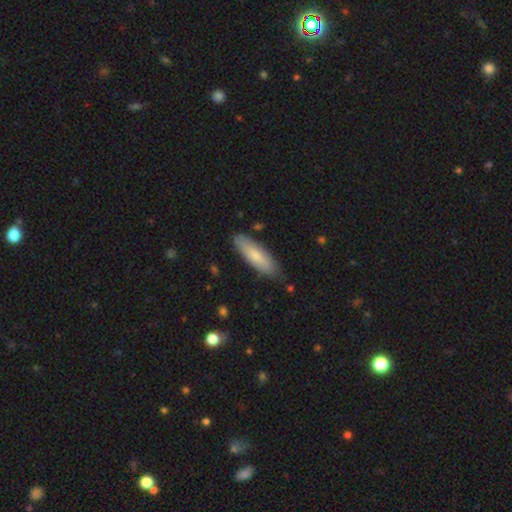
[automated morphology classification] Smooth or featured?
  - smooth: 75% *
  - featured or disk: 19%
  - star or artifact: 5%
How rounded?
  - cigar-shaped: 52% *
  - in between: 46%
  - round: 1%
Merging?
  - none: 82% *
  - minor disturbance: 14%
  - major disturbance: 2%
  - merger: 2%